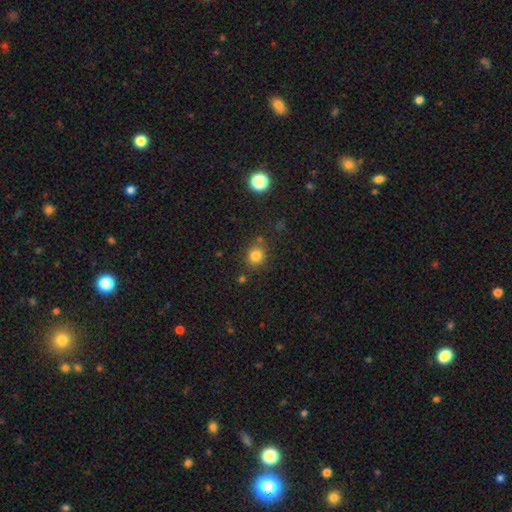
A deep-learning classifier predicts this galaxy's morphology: Smooth or featured? smooth (81%)
How rounded? round (82%)
Merging? none (78%)